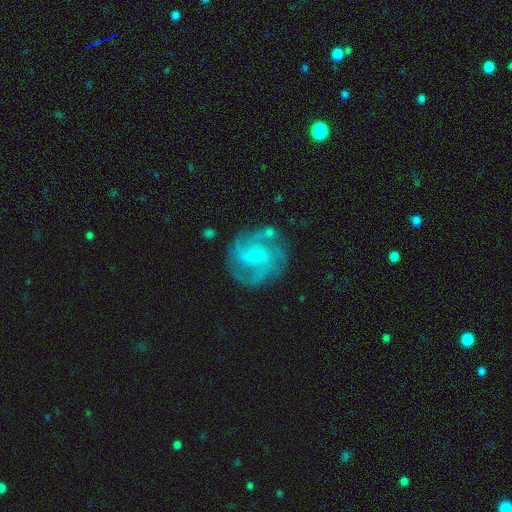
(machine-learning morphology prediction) A featured or disk galaxy (84%) with no bar (58%), 3 (36%) medium (45%) spiral arms (96%) and a small central bulge (76%).

Vote fractions:
- Smooth or featured? featured or disk: 84% / smooth: 9% / star or artifact: 6%
- Edge-on disk? no: 98% / yes: 2%
- Bar? no: 58% / weak: 36% / strong: 6%
- Spiral arms? yes: 96% / no: 4%
- Spiral winding? medium: 45% / tight: 44% / loose: 11%
- Spiral arm count? 3: 36% / 4: 26% / can't tell: 16% / 2: 11% / more than 4: 6% / 1: 5%
- Bulge size? small: 76% / moderate: 17% / none: 5% / large: 1% / dominant: 1%
- Merging? none: 75% / minor disturbance: 15% / major disturbance: 7% / merger: 3%